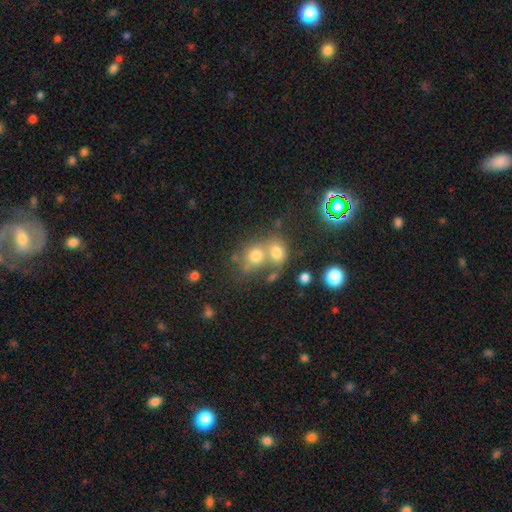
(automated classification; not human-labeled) Morphology: type=smooth (70%); roundness=round (69%); merging=merger (53%).